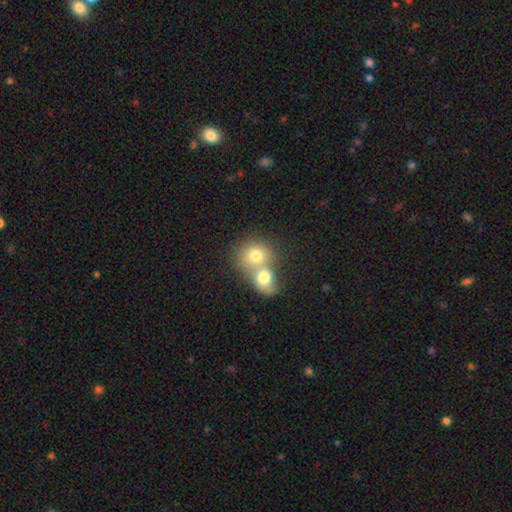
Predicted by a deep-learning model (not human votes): Overall: smooth (73%). How rounded: round (71%). Merging: merger (67%).